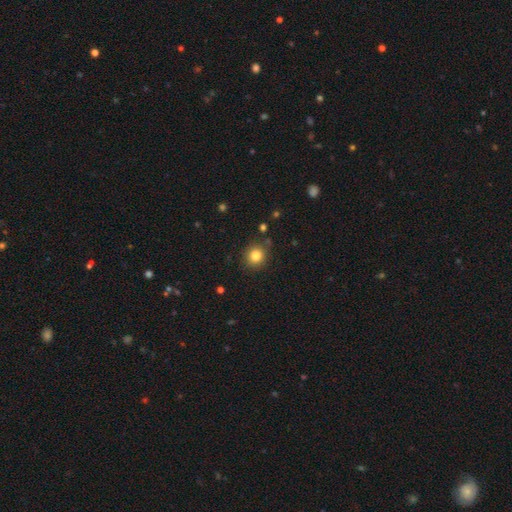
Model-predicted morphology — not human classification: Smooth or featured? smooth (83%)
How rounded? round (89%)
Merging? none (86%)